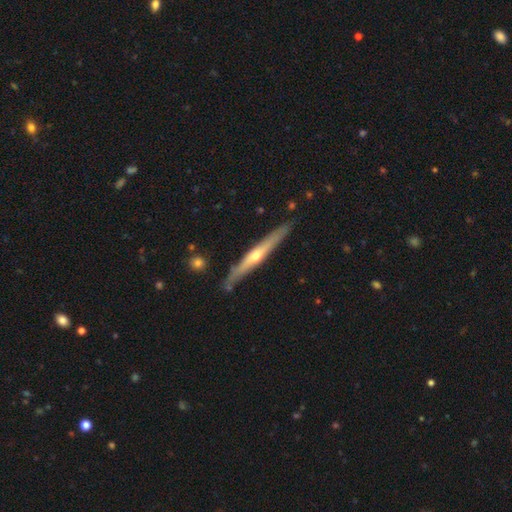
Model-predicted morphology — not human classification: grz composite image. It shows a featured or disk galaxy (71%) viewed edge-on (96%) with a rounded central bulge (79%). Merging: none (87%).